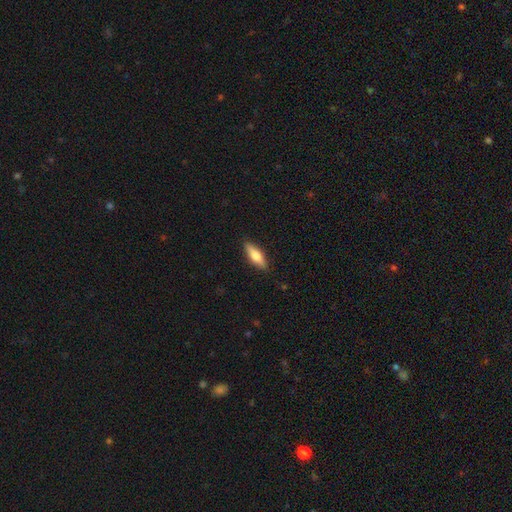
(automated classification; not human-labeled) smooth_or_featured: smooth (p=0.61) [alt: featured or disk p=0.33]
how_rounded: in between (p=0.49) [alt: cigar-shaped p=0.48]
merging: none (p=0.88) [alt: minor disturbance p=0.09]